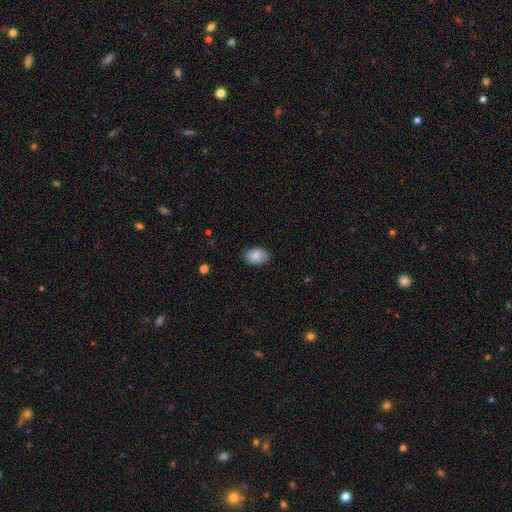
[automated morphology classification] This appears to be a smooth galaxy with no disk features (87%) that is in between round and cigar-shaped (81%). Merging: none (84%).